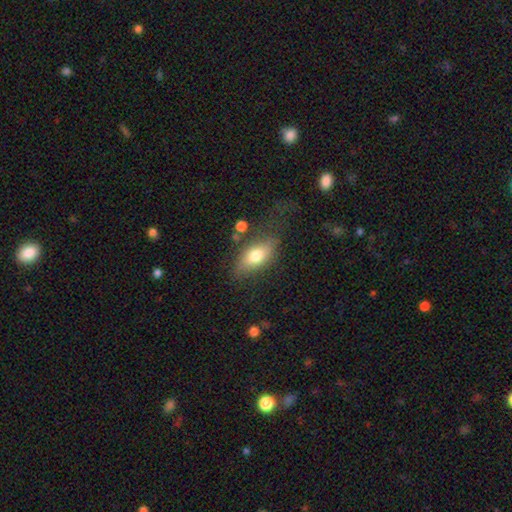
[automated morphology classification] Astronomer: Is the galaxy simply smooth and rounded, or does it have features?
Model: smooth — 72%.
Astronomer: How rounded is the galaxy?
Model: in between — 85%.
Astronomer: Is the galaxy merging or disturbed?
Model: none — 65%.